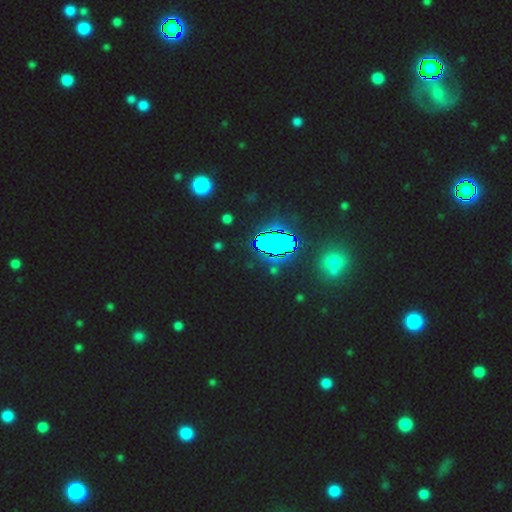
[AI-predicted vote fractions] This is likely a star or artifact rather than a galaxy (80%).